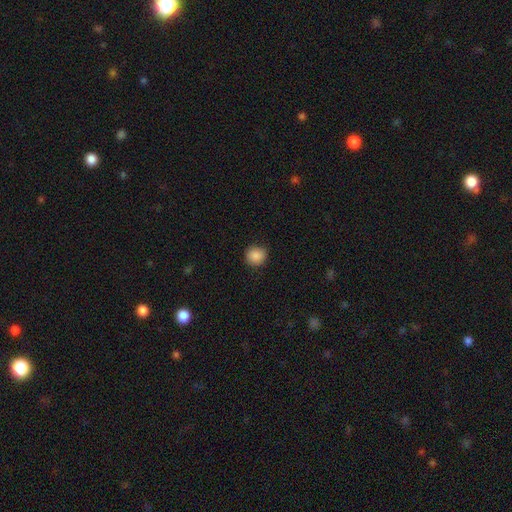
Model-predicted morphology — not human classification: Smooth or featured?
  - smooth: 87% *
  - star or artifact: 9%
  - featured or disk: 4%
How rounded?
  - round: 91% *
  - in between: 8%
  - cigar-shaped: 1%
Merging?
  - none: 88% *
  - minor disturbance: 9%
  - major disturbance: 2%
  - merger: 1%